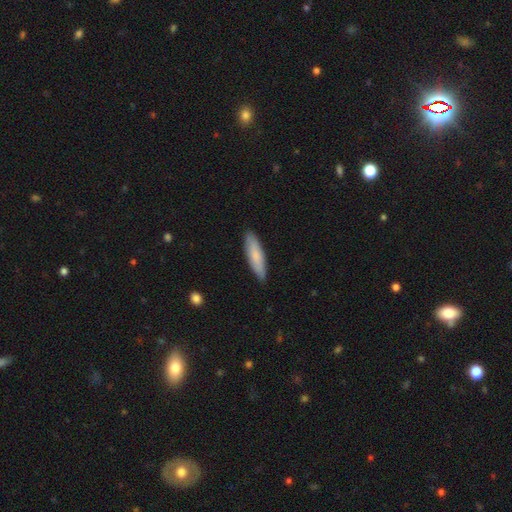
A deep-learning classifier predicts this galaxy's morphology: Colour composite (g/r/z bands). It shows a smooth galaxy with no disk features (80%) that is cigar-shaped (64%). Merging: none (87%).